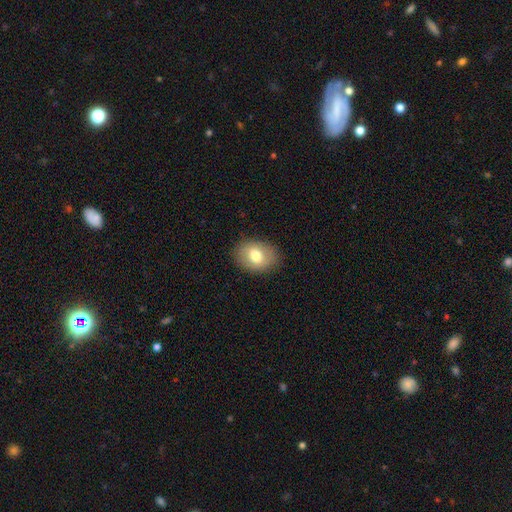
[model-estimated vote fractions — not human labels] Morphology: type=smooth (74%); roundness=in between (67%); merging=none (86%).